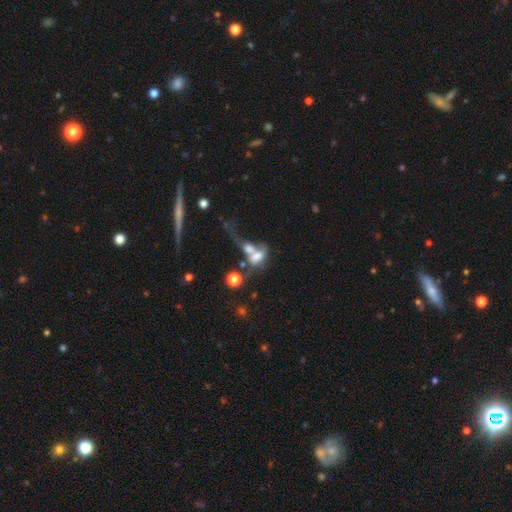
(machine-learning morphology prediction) A smooth galaxy with no disk features (56%) that is in between round and cigar-shaped (75%).

Vote fractions:
- Smooth or featured? smooth: 56% / featured or disk: 31% / star or artifact: 13%
- How rounded? in between: 75% / round: 20% / cigar-shaped: 5%
- Merging? merger: 66% / major disturbance: 18% / none: 11% / minor disturbance: 6%